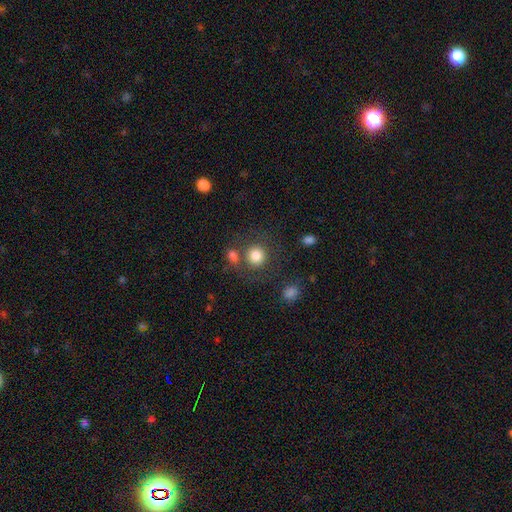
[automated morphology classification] smooth_or_featured: smooth (p=0.81) [alt: star or artifact p=0.11]
how_rounded: round (p=0.90) [alt: in between p=0.09]
merging: none (p=0.70) [alt: merger p=0.14]